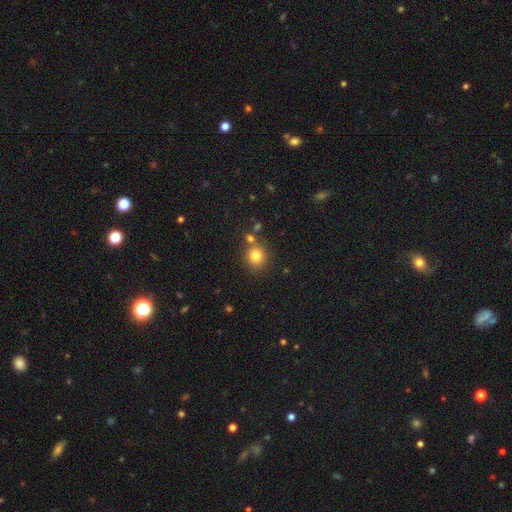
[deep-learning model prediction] The model was most divided on "merging": none: 74%, merger: 13%, minor disturbance: 9%, major disturbance: 3%. More confident: how rounded — round (88%); smooth or featured — smooth (81%).